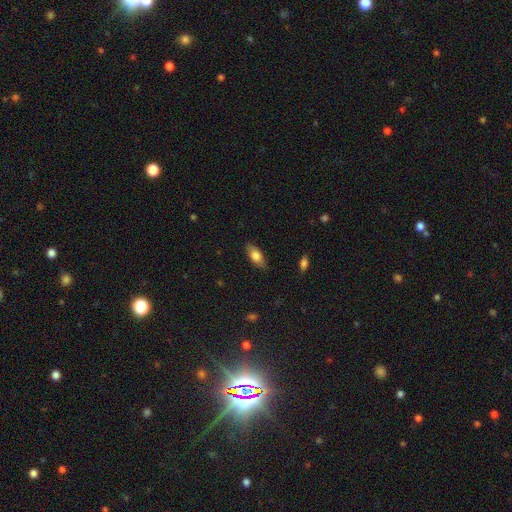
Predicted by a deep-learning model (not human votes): Q: Smooth or featured?
A: smooth (76%); runner-up: featured or disk (17%)
Q: How rounded?
A: in between (83%); runner-up: cigar-shaped (13%)
Q: Merging?
A: none (84%); runner-up: minor disturbance (12%)